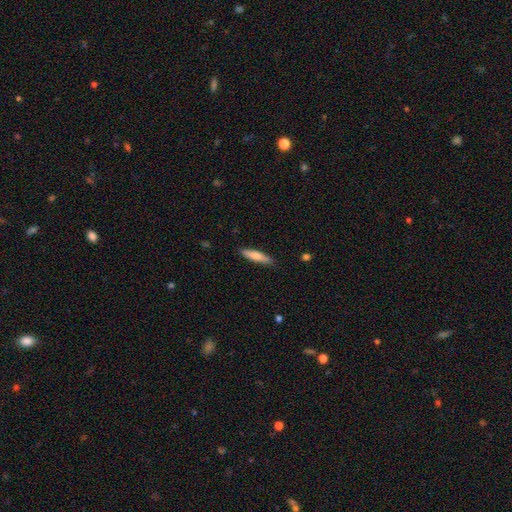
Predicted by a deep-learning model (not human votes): Morphology: type=smooth (73%); roundness=cigar-shaped (82%); merging=none (88%).